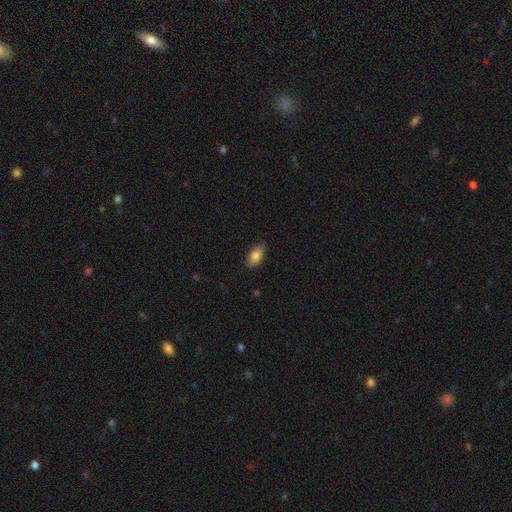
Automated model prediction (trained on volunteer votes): A smooth galaxy with no disk features (84%) that is in between round and cigar-shaped (92%).

Vote fractions:
- Smooth or featured? smooth: 84% / featured or disk: 10% / star or artifact: 7%
- How rounded? in between: 92% / cigar-shaped: 5% / round: 3%
- Merging? none: 87% / minor disturbance: 10% / major disturbance: 2% / merger: 1%